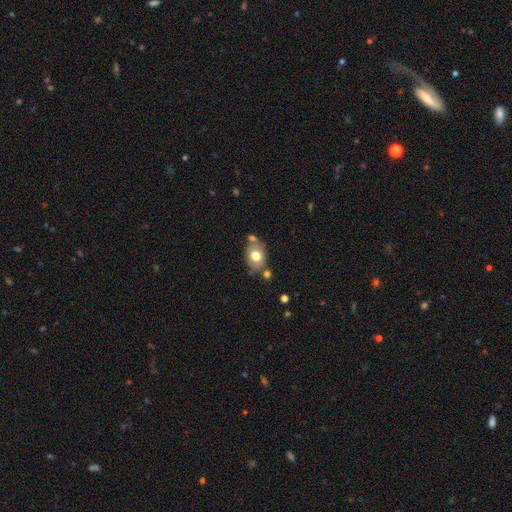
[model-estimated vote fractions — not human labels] Smooth or featured? smooth (67%)
How rounded? in between (71%)
Merging? none (58%)